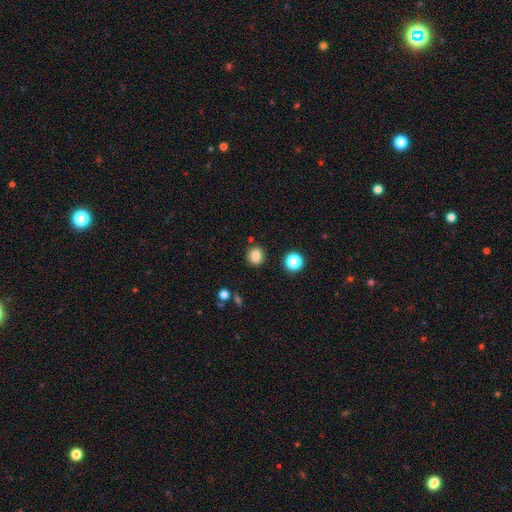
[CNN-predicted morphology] smooth_or_featured: smooth (p=0.81) [alt: star or artifact p=0.12]
how_rounded: round (p=0.74) [alt: in between p=0.25]
merging: none (p=0.85) [alt: minor disturbance p=0.09]